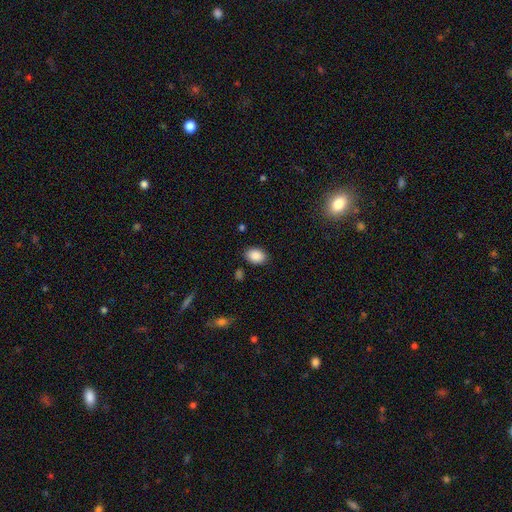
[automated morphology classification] A smooth galaxy with no disk features (89%) that is in between round and cigar-shaped (77%).

Vote fractions:
- Smooth or featured? smooth: 89% / star or artifact: 8% / featured or disk: 4%
- How rounded? in between: 77% / round: 22% / cigar-shaped: 1%
- Merging? none: 85% / minor disturbance: 10% / major disturbance: 3% / merger: 2%